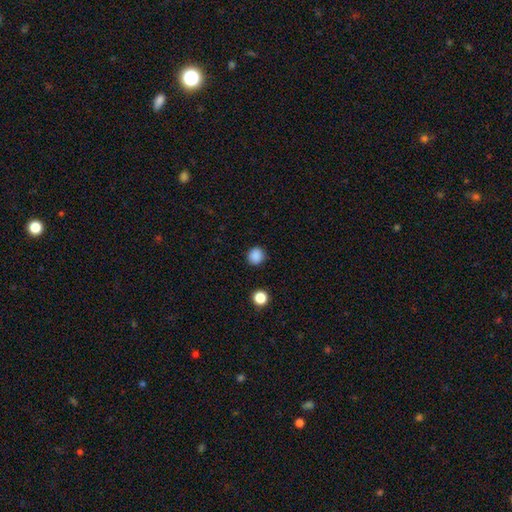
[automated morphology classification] Smooth or featured?
  - smooth: 87% *
  - star or artifact: 11%
  - featured or disk: 2%
How rounded?
  - round: 91% *
  - in between: 8%
  - cigar-shaped: 1%
Merging?
  - none: 91% *
  - minor disturbance: 6%
  - major disturbance: 2%
  - merger: 1%